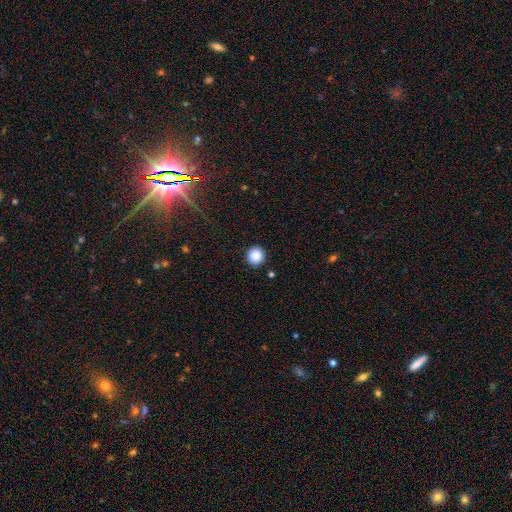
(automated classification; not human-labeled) smooth 88%, star or artifact 9%, featured or disk 3%. Down the decision tree: how rounded — round (92%); merging — none (90%).